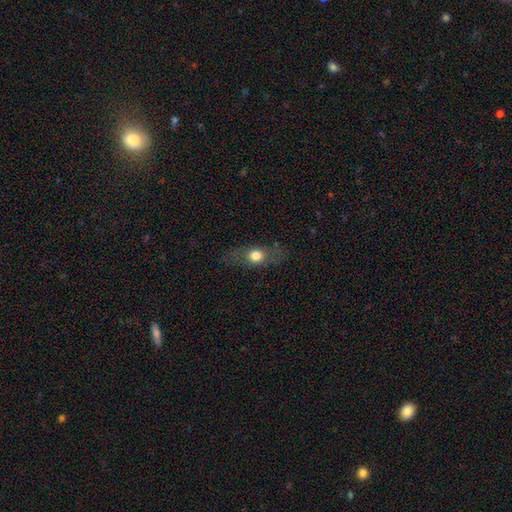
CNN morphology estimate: A smooth galaxy with no disk features (58%) that is in between round and cigar-shaped (53%). Merging: none (76%).